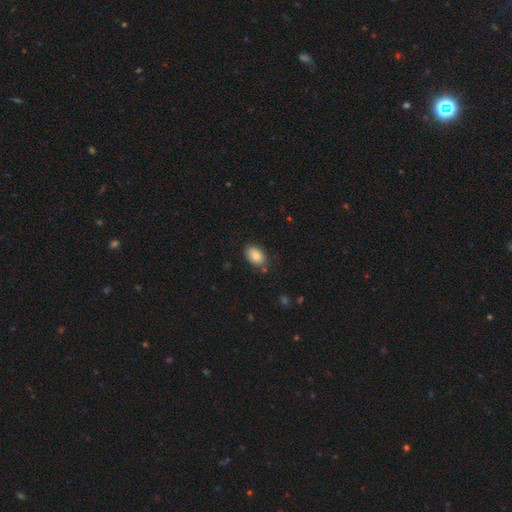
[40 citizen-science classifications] Morphology: type=smooth (82%); roundness=in between (88%); merging=none (75%).